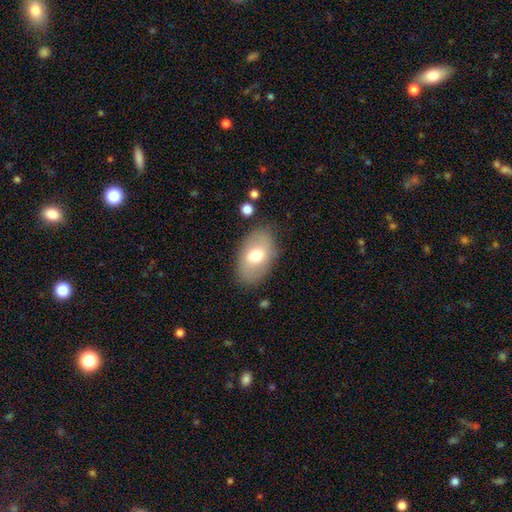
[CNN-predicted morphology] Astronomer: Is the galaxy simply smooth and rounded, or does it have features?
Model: smooth — 66%.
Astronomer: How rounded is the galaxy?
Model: in between — 90%.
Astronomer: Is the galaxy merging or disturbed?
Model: none — 80%.